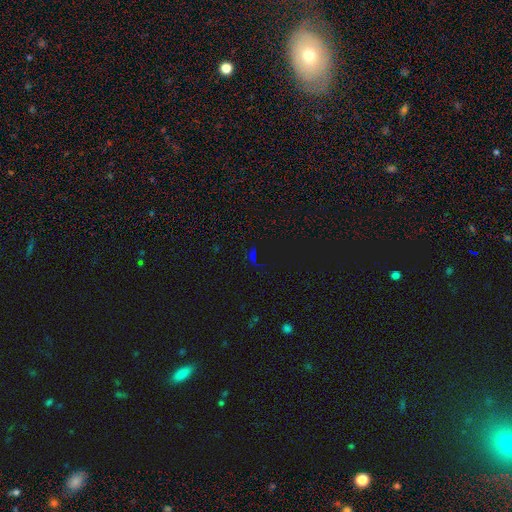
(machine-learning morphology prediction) Smooth or featured: star or artifact — 63% (smooth — 27%)